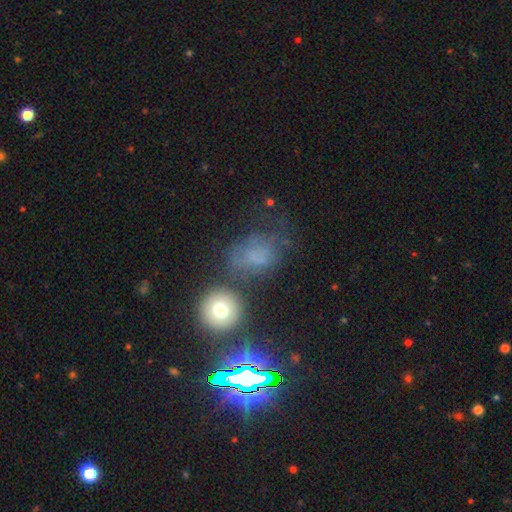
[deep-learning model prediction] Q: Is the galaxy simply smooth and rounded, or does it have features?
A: smooth — 48%.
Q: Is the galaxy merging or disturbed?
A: none — 44%.